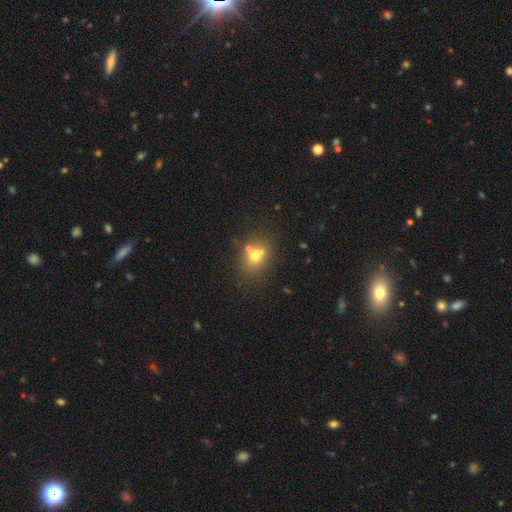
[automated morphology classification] Overall: smooth (55%; featured or disk 26%). How rounded: round (67%; in between 31%). Merging: none (47%; merger 37%).